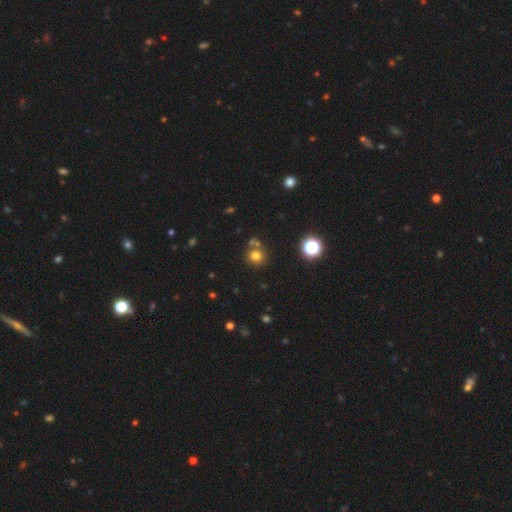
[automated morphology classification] This is likely a smooth galaxy (74%). How rounded: clearly round (90%). Merging: likely none (71%).